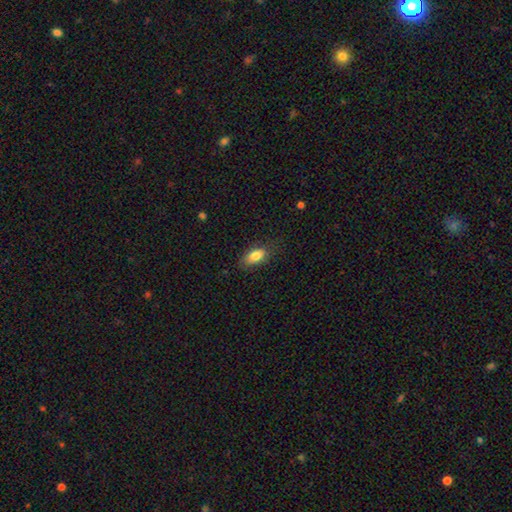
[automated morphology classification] type=smooth (80%); roundness=in between (87%); merging=none (76%).